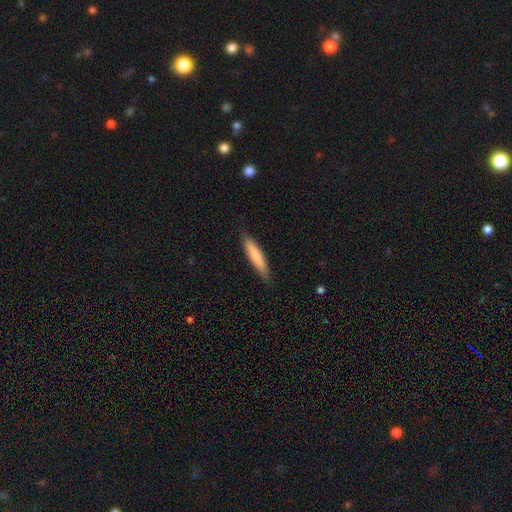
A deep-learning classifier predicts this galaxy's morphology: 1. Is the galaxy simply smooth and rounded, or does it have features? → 76% smooth, 18% featured or disk, 5% star or artifact.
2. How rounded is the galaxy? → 87% cigar-shaped, 12% in between, 1% round.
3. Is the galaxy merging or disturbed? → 85% none, 11% minor disturbance, 2% major disturbance, 1% merger.